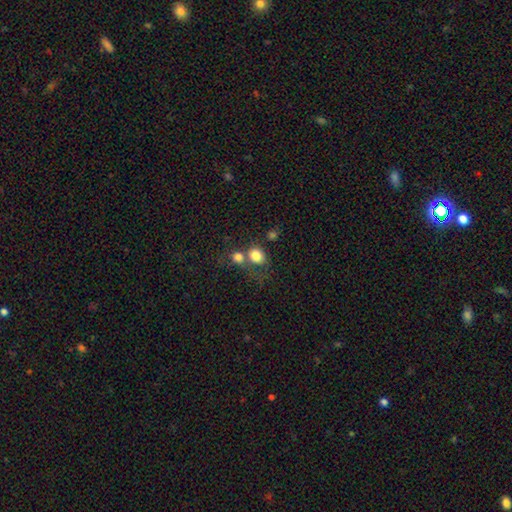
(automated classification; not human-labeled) Smooth or featured? smooth (79%)
How rounded? round (64%)
Merging? merger (42%)